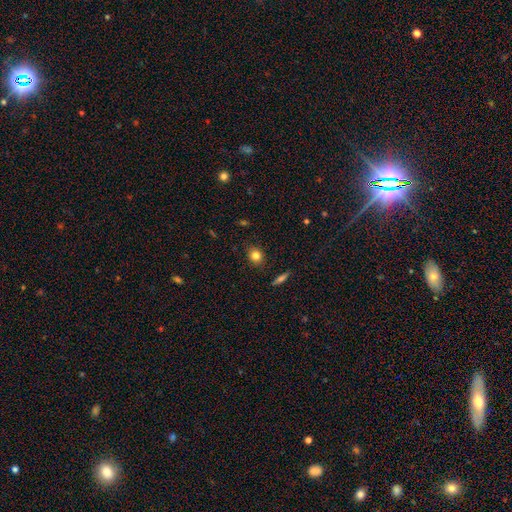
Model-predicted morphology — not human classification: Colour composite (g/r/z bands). It shows a smooth galaxy with no disk features (81%) that is round (64%). Merging: none (87%).